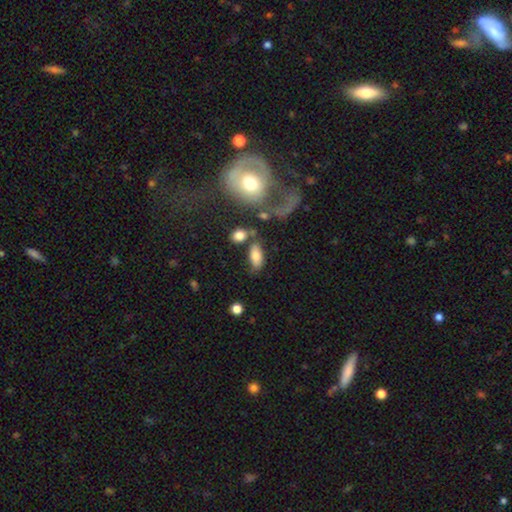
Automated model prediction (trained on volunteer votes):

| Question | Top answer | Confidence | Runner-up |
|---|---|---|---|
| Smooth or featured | smooth | 77% | featured or disk (15%) |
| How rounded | in between | 89% | cigar-shaped (7%) |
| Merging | none | 62% | minor disturbance (16%) |